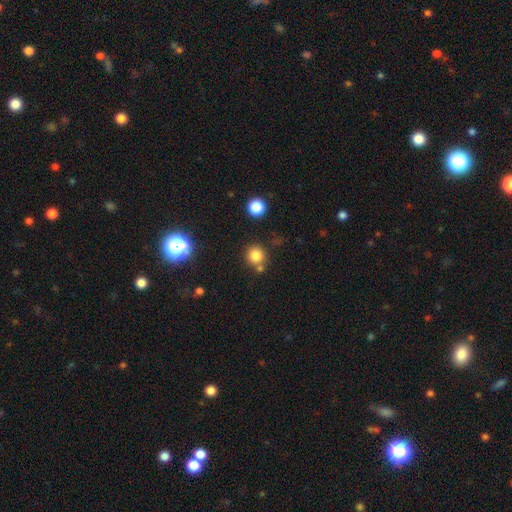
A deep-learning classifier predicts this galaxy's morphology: Smooth or featured: smooth — 80% (star or artifact — 14%)
How rounded: round — 92% (in between — 7%)
Merging: none — 73% (merger — 14%)